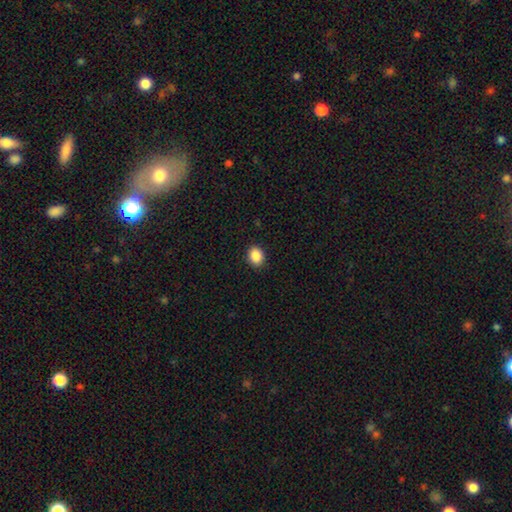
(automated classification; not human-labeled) Smooth or featured: smooth — 88% (star or artifact — 9%)
How rounded: in between — 51% (round — 49%)
Merging: none — 90% (minor disturbance — 7%)